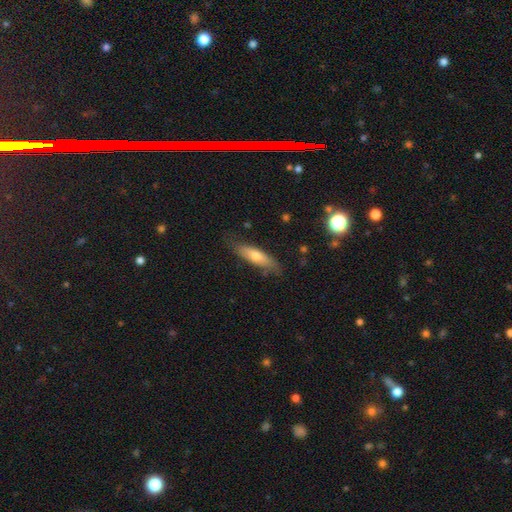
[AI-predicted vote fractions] smooth 60%, featured or disk 33%, star or artifact 6%. Down the decision tree: how rounded — cigar-shaped (64%); merging — none (75%).